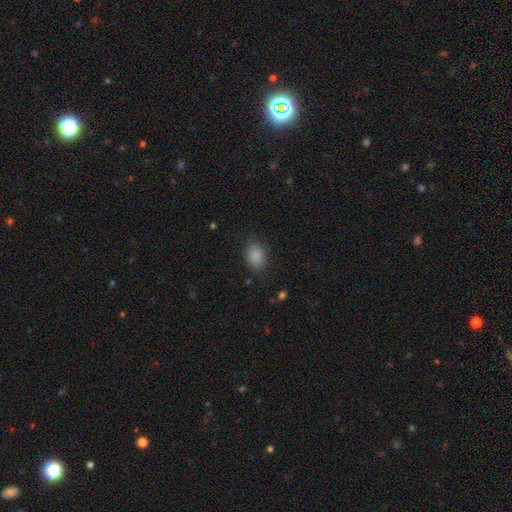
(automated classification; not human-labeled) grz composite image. It shows a smooth galaxy with no disk features (87%) that is in between round and cigar-shaped (78%). Merging: none (83%).